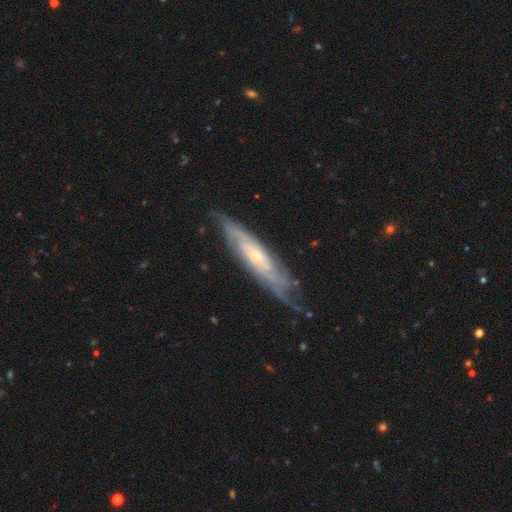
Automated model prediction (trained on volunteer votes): Overall: featured or disk (78%). Edge-on disk: no (66%; yes 34%). Bar: no (68%). Spiral arms: yes (90%). Bulge size: small (70%). Merging: none (70%).